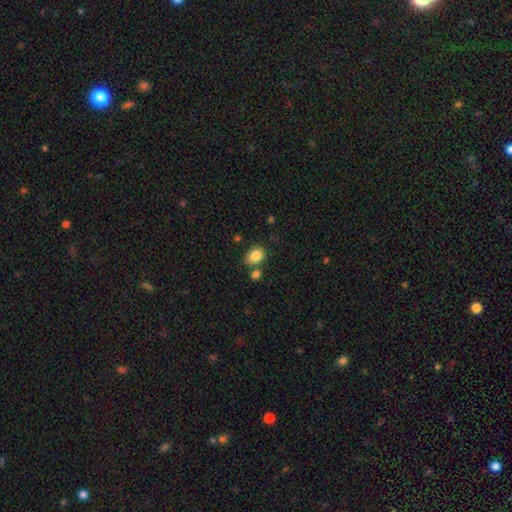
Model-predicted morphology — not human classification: Overall: smooth (84%). How rounded: in between (54%; round 45%). Merging: none (66%).